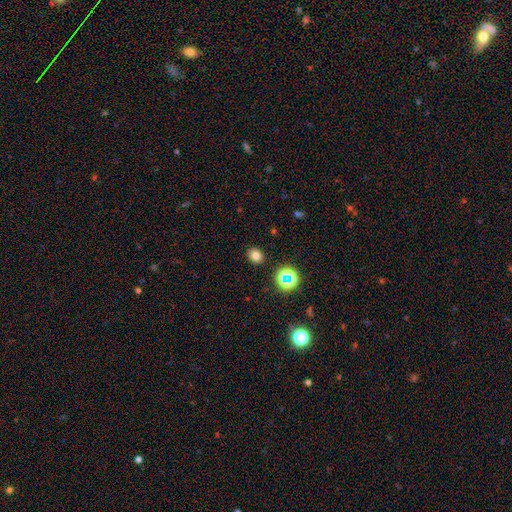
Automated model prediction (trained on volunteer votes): Overall: smooth (75%). How rounded: round (65%; in between 34%). Merging: none (89%).